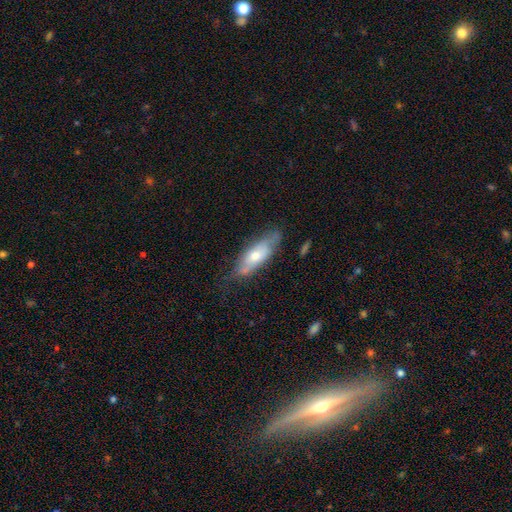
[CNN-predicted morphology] Overall: smooth (50%; featured or disk 44%). Merging: none (60%; minor disturbance 28%).